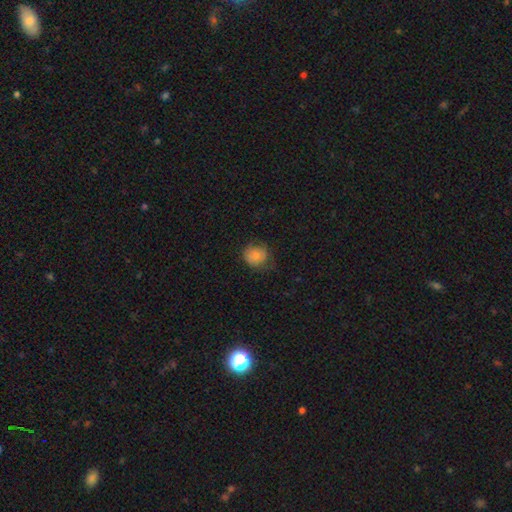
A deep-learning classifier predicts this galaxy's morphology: Smooth or featured? smooth (80%)
How rounded? round (81%)
Merging? none (62%)